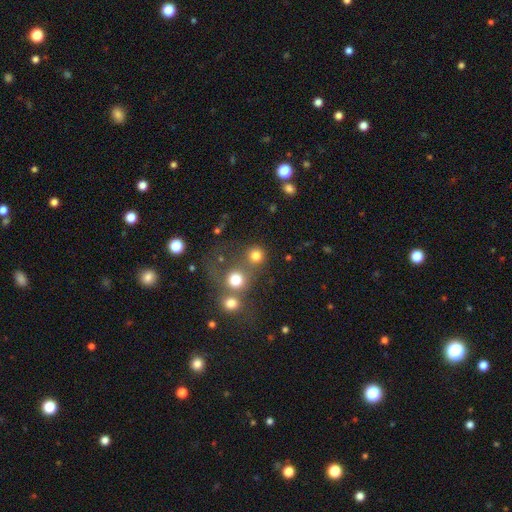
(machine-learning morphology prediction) A smooth galaxy with no disk features (78%) that is round (91%).

Vote fractions:
- Smooth or featured? smooth: 78% / star or artifact: 14% / featured or disk: 8%
- How rounded? round: 91% / in between: 8% / cigar-shaped: 1%
- Merging? none: 56% / merger: 30% / minor disturbance: 8% / major disturbance: 7%